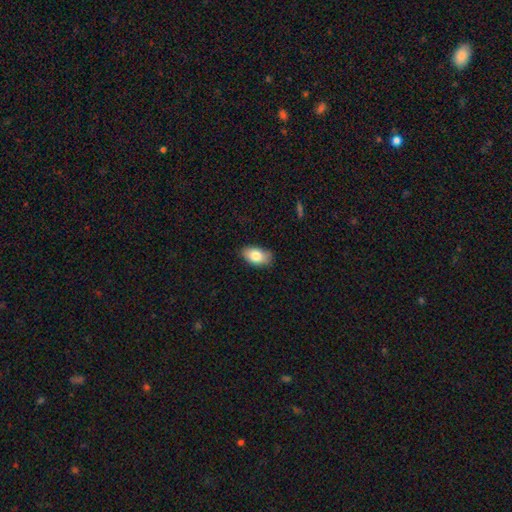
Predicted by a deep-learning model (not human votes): A smooth galaxy with no disk features (82%) that is in between round and cigar-shaped (93%). Merging: none (82%).